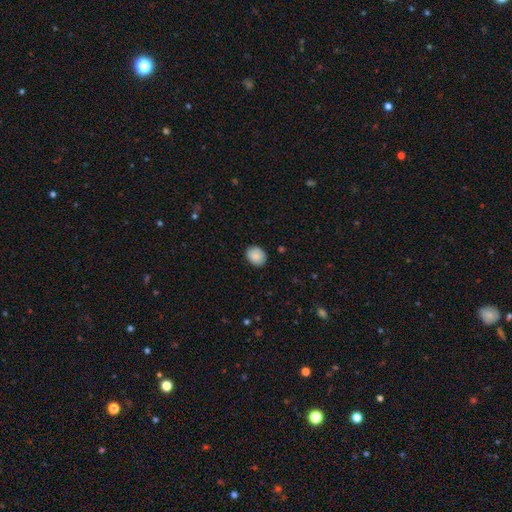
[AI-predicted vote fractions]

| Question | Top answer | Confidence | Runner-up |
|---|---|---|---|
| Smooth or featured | smooth | 89% | star or artifact (7%) |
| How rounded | round | 52% | in between (47%) |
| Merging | none | 86% | minor disturbance (11%) |